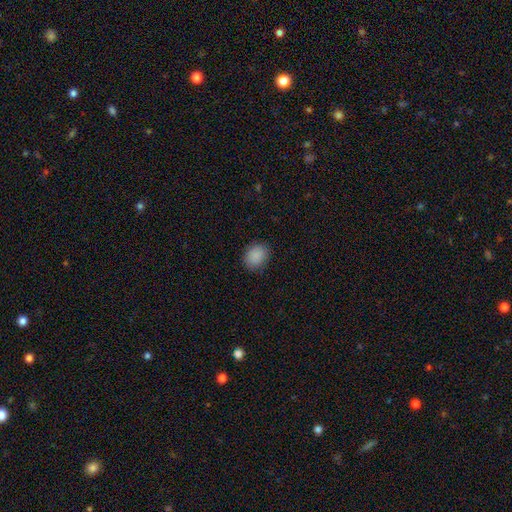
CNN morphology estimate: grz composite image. It shows a smooth galaxy with no disk features (89%) that is round (54%). Merging: none (85%).